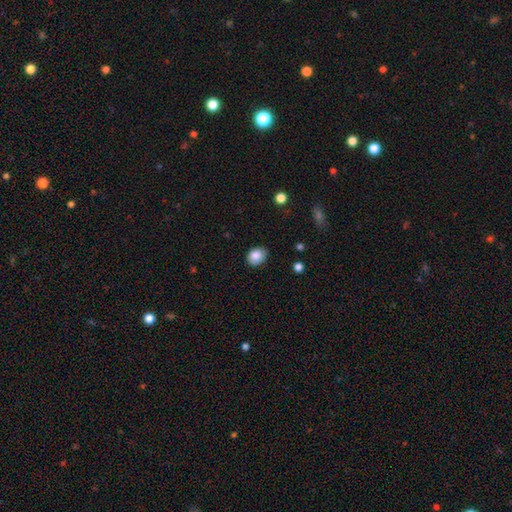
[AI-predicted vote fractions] A smooth galaxy with no disk features (85%) that is in between round and cigar-shaped (57%).

Vote fractions:
- Smooth or featured? smooth: 85% / star or artifact: 8% / featured or disk: 7%
- How rounded? in between: 57% / round: 42% / cigar-shaped: 1%
- Merging? none: 77% / minor disturbance: 18% / major disturbance: 3% / merger: 1%